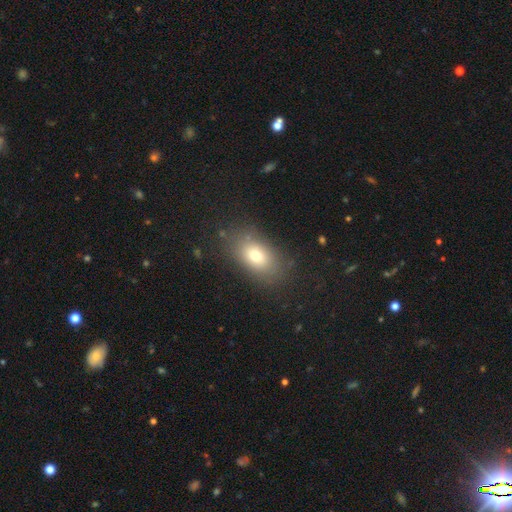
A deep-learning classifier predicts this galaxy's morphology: This is likely a smooth galaxy (73%). How rounded: clearly in between (84%). Merging: clearly none (81%).